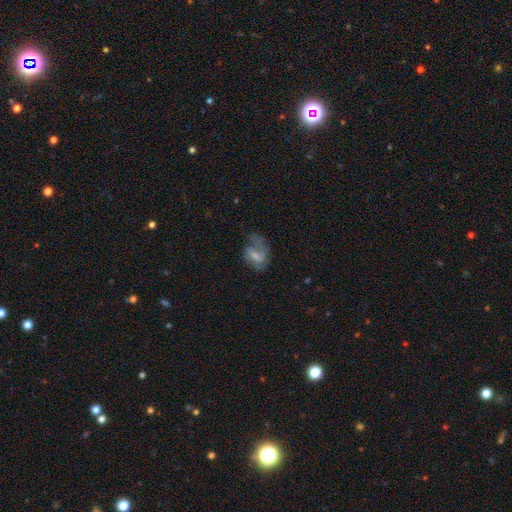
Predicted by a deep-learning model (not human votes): Smooth or featured?
  - featured or disk: 49% *
  - smooth: 42%
  - star or artifact: 9%
Merging?
  - major disturbance: 37% *
  - none: 35%
  - minor disturbance: 26%
  - merger: 3%